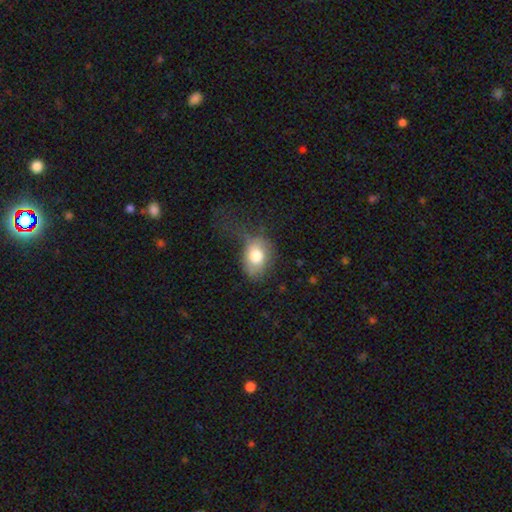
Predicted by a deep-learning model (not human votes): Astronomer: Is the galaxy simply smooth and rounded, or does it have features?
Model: smooth — 76%.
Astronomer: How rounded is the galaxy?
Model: in between — 66%.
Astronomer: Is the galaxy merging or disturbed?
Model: none — 42% (runner-up: minor disturbance, 30%).